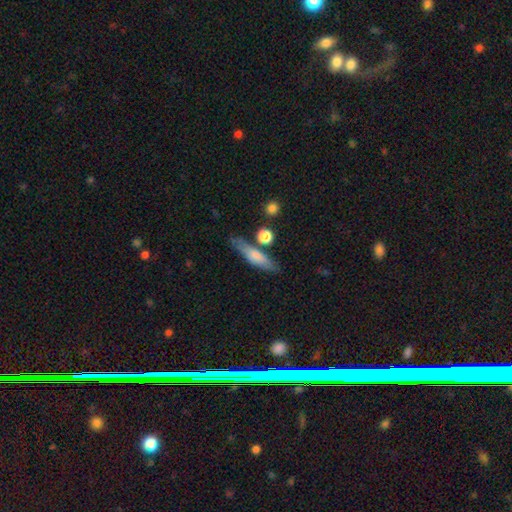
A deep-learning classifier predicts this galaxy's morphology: Overall: smooth (65%; featured or disk 28%). How rounded: cigar-shaped (72%). Merging: none (71%).